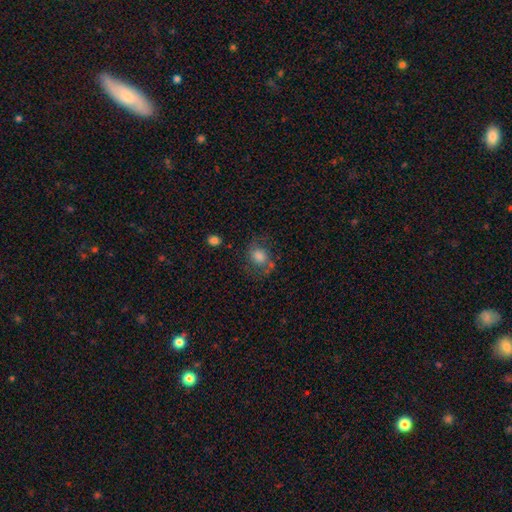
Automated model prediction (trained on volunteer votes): Smooth or featured: featured or disk — 43% (smooth — 36%)
Merging: none — 69% (minor disturbance — 17%)